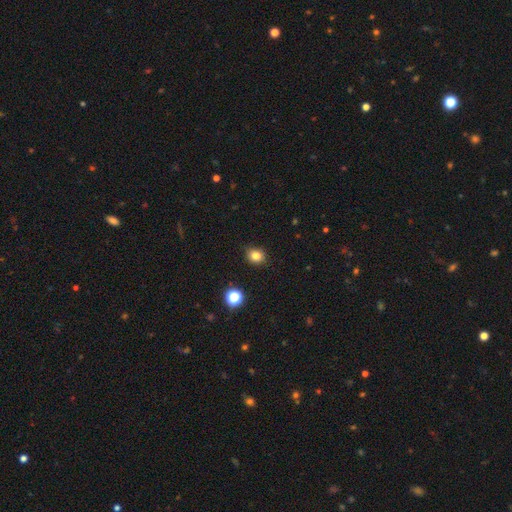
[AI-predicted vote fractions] A smooth galaxy with no disk features (80%) that is round (68%). Merging: none (87%).